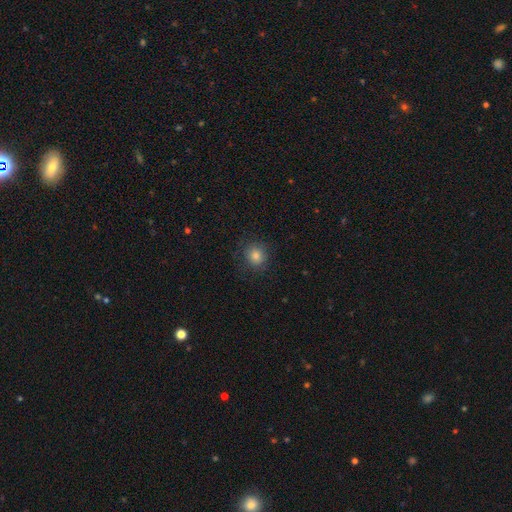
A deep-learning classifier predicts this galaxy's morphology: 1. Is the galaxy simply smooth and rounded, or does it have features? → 79% smooth, 13% star or artifact, 8% featured or disk.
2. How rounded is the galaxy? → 88% round, 11% in between, 1% cigar-shaped.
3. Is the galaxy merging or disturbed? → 83% none, 12% minor disturbance, 5% major disturbance, 1% merger.